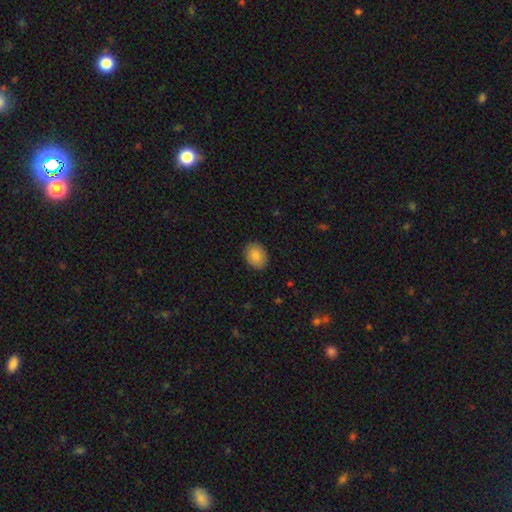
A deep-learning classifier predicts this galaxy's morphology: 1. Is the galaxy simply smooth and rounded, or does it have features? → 85% smooth, 8% featured or disk, 7% star or artifact.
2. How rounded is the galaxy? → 60% in between, 39% round, 1% cigar-shaped.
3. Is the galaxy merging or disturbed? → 88% none, 9% minor disturbance, 2% major disturbance, 1% merger.